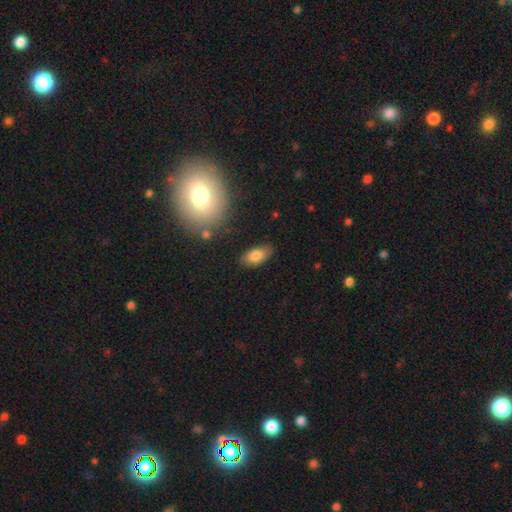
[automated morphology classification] A smooth galaxy with no disk features (80%) that is in between round and cigar-shaped (91%).

Vote fractions:
- Smooth or featured? smooth: 80% / featured or disk: 12% / star or artifact: 8%
- How rounded? in between: 91% / cigar-shaped: 6% / round: 3%
- Merging? none: 81% / minor disturbance: 14% / major disturbance: 3% / merger: 2%